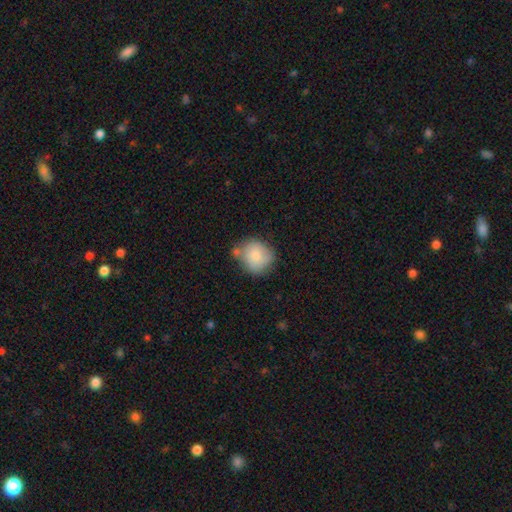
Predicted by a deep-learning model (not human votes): smooth-or-featured: smooth: 80% | featured or disk: 13% | star or artifact: 7%
  how-rounded: round: 81% | in between: 18% | cigar-shaped: 1%
  merging: none: 58% | minor disturbance: 24% | merger: 13% | major disturbance: 6%